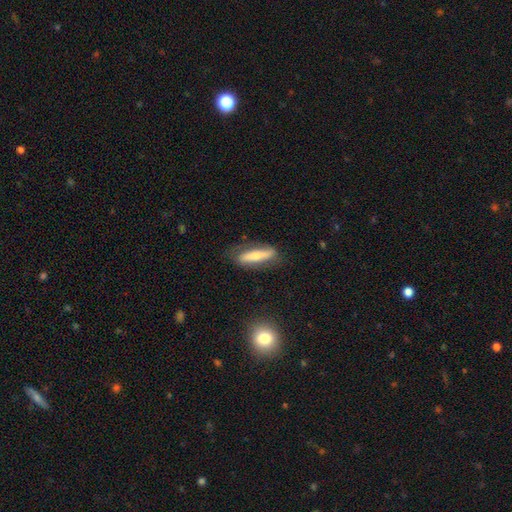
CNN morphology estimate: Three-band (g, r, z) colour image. It shows a smooth galaxy with no disk features (59%) that is cigar-shaped (74%). Merging: none (75%).